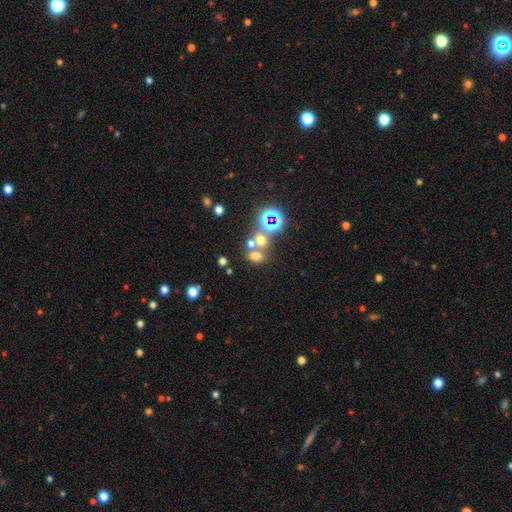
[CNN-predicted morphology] Smooth or featured? Predicted: smooth (p=0.60). How rounded? Predicted: round (p=0.51). Merging? Predicted: none (p=0.45).